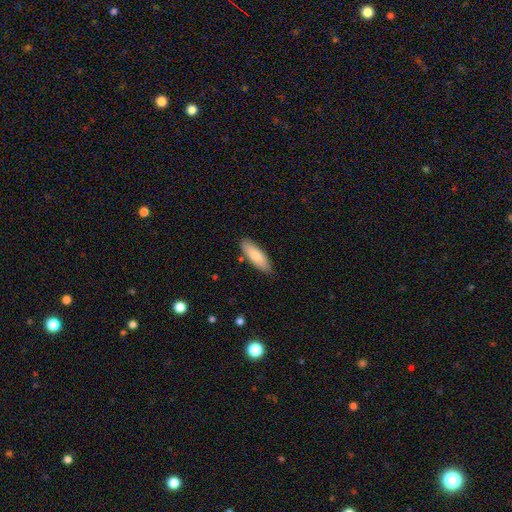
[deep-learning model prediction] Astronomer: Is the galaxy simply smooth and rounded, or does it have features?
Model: smooth — 79%.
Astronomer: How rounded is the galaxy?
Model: in between — 62%.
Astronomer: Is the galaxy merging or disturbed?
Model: none — 85%.